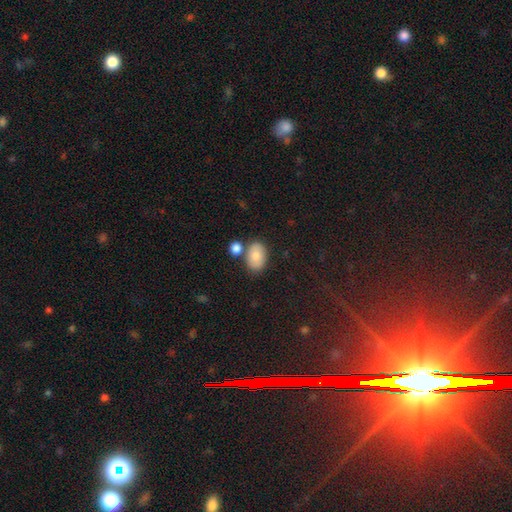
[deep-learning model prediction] smooth-or-featured: smooth: 79% | featured or disk: 14% | star or artifact: 8%
  how-rounded: in between: 85% | round: 14% | cigar-shaped: 1%
  merging: none: 67% | merger: 16% | minor disturbance: 13% | major disturbance: 3%